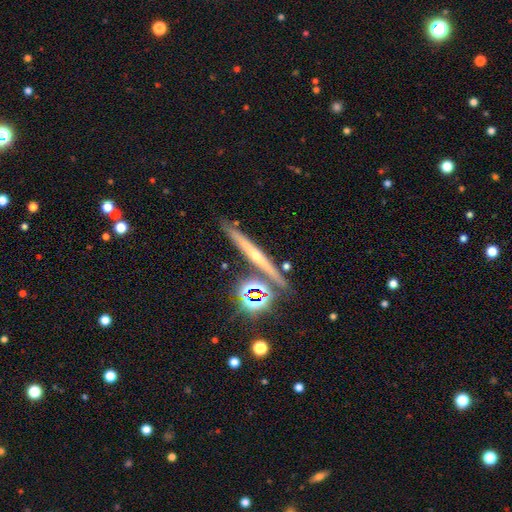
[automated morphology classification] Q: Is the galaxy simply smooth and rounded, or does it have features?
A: featured or disk — 54%.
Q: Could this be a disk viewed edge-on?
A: yes — 93%.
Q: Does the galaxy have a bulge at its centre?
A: rounded — 60%.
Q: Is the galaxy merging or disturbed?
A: none — 82%.